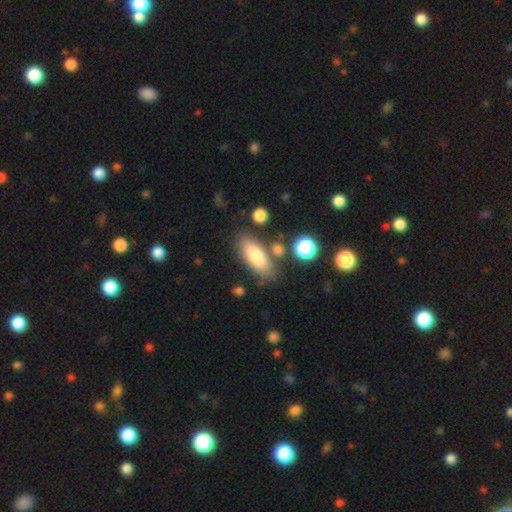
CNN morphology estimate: Smooth or featured?
  - smooth: 79% *
  - featured or disk: 14%
  - star or artifact: 7%
How rounded?
  - in between: 74% *
  - cigar-shaped: 23%
  - round: 3%
Merging?
  - none: 75% *
  - minor disturbance: 13%
  - merger: 8%
  - major disturbance: 4%